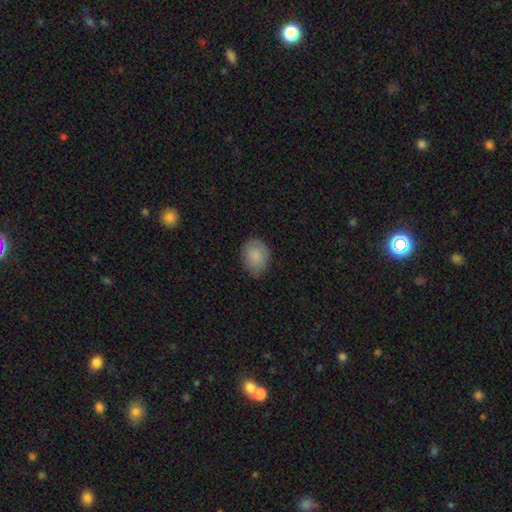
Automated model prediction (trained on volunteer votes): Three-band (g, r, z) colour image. It shows a smooth galaxy with no disk features (86%) that is in between round and cigar-shaped (59%). Merging: none (73%).